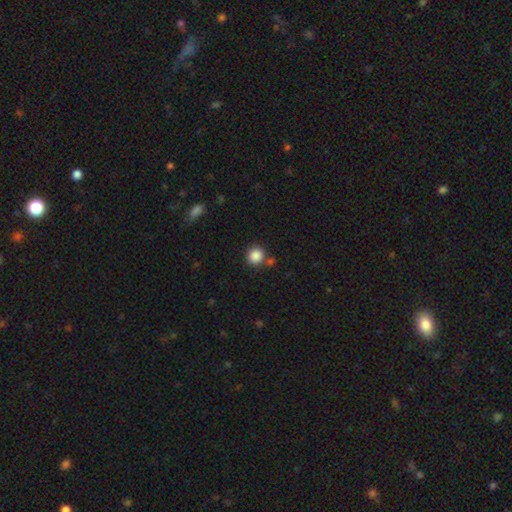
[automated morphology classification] Overall: smooth (86%). How rounded: round (88%). Merging: none (77%).